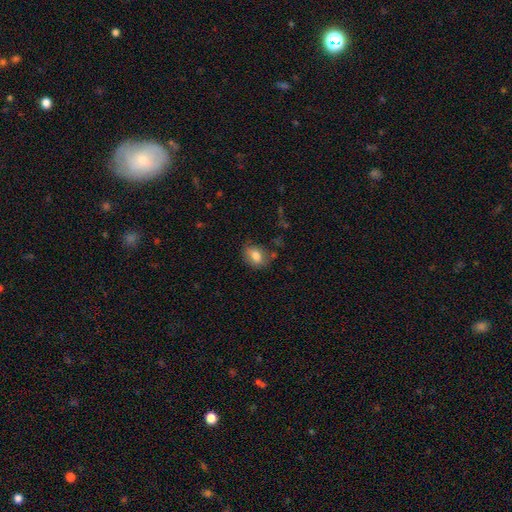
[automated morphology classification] Smooth or featured? smooth (79%)
How rounded? in between (66%)
Merging? none (67%)